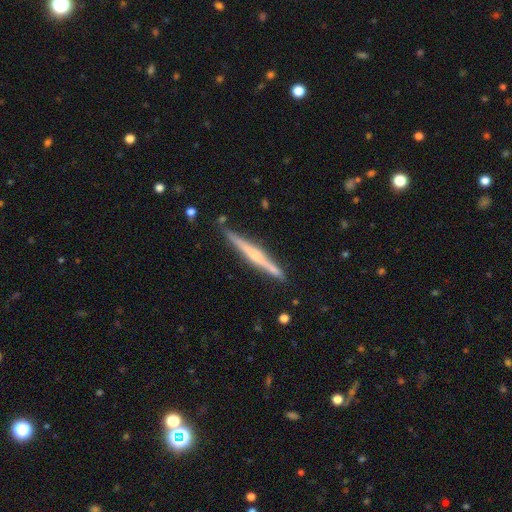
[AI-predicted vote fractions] Q: Smooth or featured?
A: featured or disk (69%); runner-up: smooth (25%)
Q: Edge-on disk?
A: yes (98%); runner-up: no (2%)
Q: Edge-on bulge?
A: rounded (62%); runner-up: none (24%)
Q: Merging?
A: none (87%); runner-up: minor disturbance (9%)